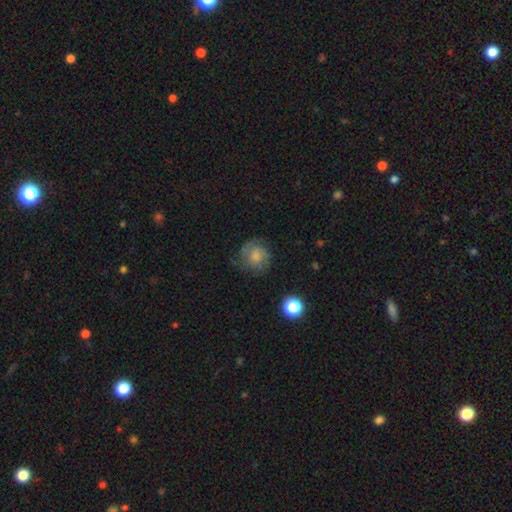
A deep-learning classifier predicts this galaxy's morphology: Smooth or featured: smooth — 46% (featured or disk — 44%)
Merging: none — 68% (minor disturbance — 20%)